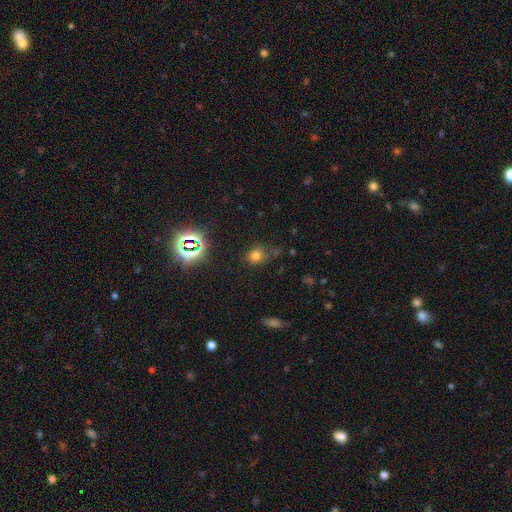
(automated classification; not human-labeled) Smooth or featured? smooth (68%)
How rounded? round (75%)
Merging? none (71%)